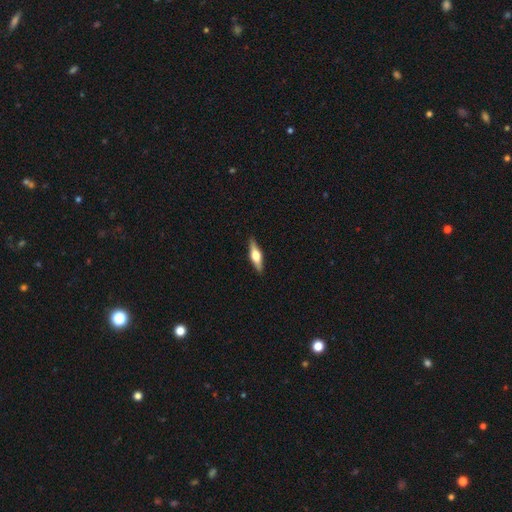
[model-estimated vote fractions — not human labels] Q: Smooth or featured?
A: featured or disk (59%); runner-up: smooth (35%)
Q: Edge-on disk?
A: yes (95%); runner-up: no (5%)
Q: Edge-on bulge?
A: rounded (92%); runner-up: boxy (6%)
Q: Merging?
A: none (89%); runner-up: minor disturbance (8%)